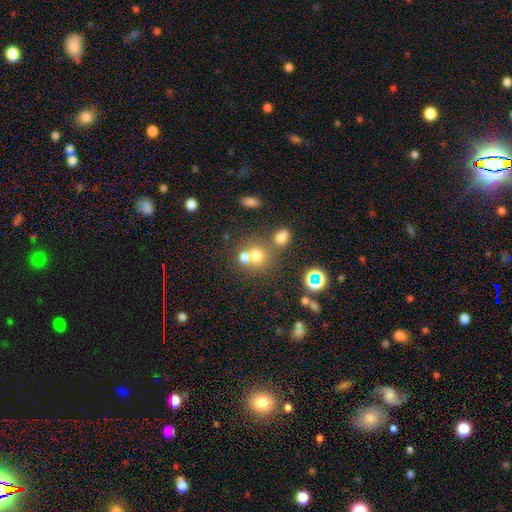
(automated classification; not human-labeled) smooth_or_featured: smooth (p=0.67) [alt: star or artifact p=0.19]
how_rounded: round (p=0.81) [alt: in between p=0.18]
merging: none (p=0.45) [alt: merger p=0.43]